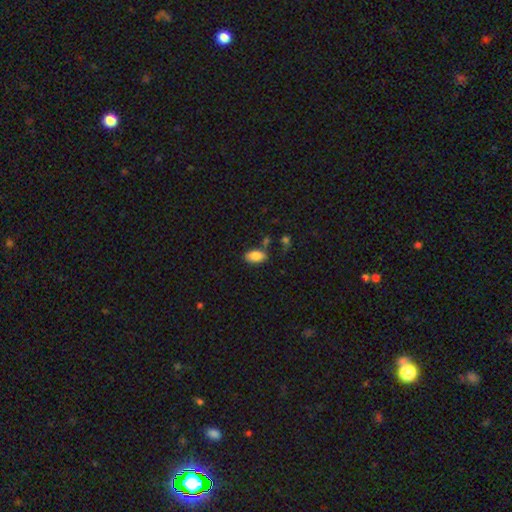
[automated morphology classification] Smooth or featured?
  - smooth: 83% *
  - featured or disk: 10%
  - star or artifact: 8%
How rounded?
  - in between: 92% *
  - round: 5%
  - cigar-shaped: 3%
Merging?
  - none: 73% *
  - minor disturbance: 16%
  - merger: 7%
  - major disturbance: 4%